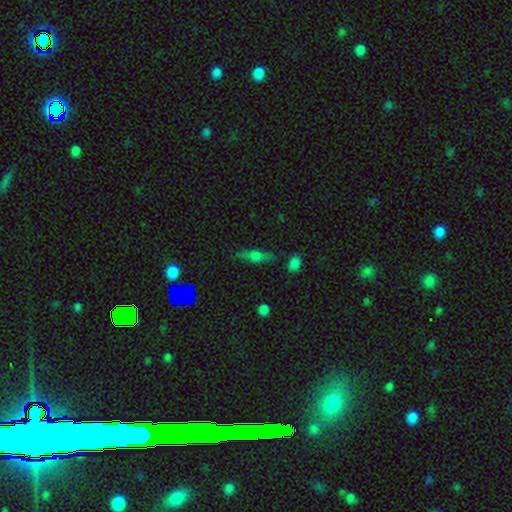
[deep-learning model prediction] smooth-or-featured: smooth: 51% | featured or disk: 36% | star or artifact: 13%
  how-rounded: cigar-shaped: 53% | in between: 41% | round: 6%
  merging: none: 79% | minor disturbance: 14% | major disturbance: 4% | merger: 3%